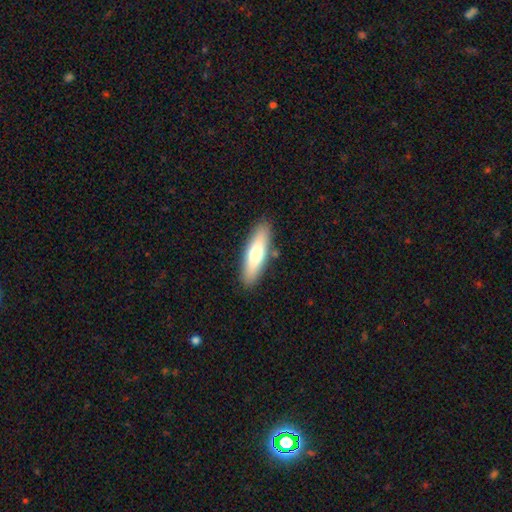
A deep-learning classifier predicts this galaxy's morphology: A smooth galaxy with no disk features (64%) that is cigar-shaped (61%). Merging: none (89%).